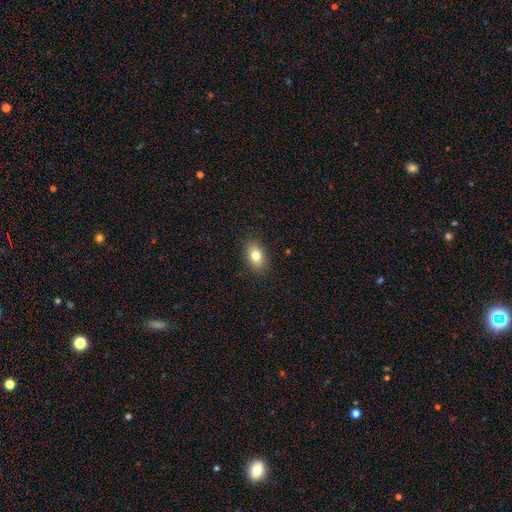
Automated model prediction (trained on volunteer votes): smooth_or_featured: smooth (p=0.79) [alt: featured or disk p=0.11]
how_rounded: in between (p=0.84) [alt: round p=0.14]
merging: none (p=0.88) [alt: minor disturbance p=0.09]